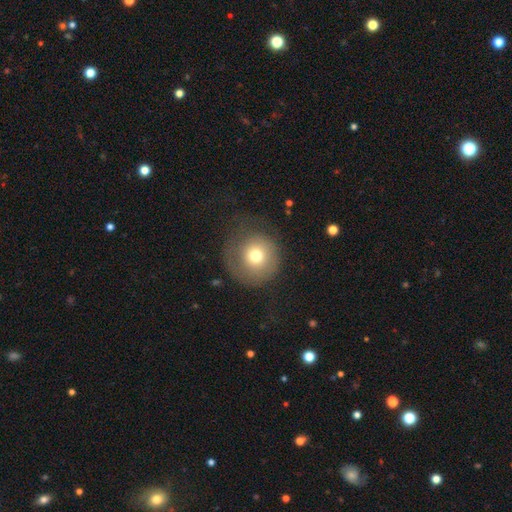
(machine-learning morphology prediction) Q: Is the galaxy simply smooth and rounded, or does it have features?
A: smooth — 67%.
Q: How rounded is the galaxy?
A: round — 93%.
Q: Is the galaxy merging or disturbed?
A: none — 55%.